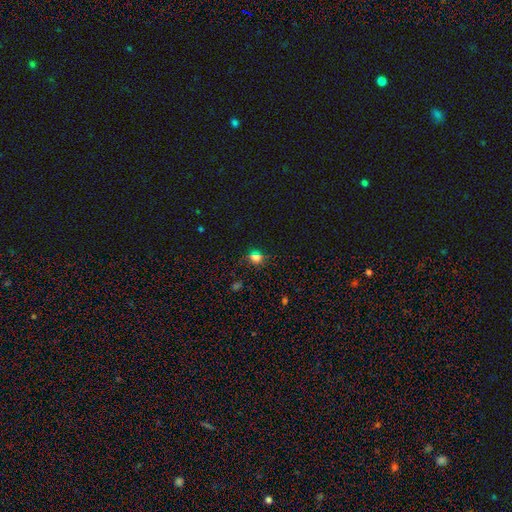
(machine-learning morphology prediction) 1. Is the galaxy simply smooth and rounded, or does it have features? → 60% smooth, 33% star or artifact, 7% featured or disk.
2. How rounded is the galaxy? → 68% round, 29% in between, 3% cigar-shaped.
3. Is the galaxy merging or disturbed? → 82% none, 11% minor disturbance, 4% major disturbance, 3% merger.